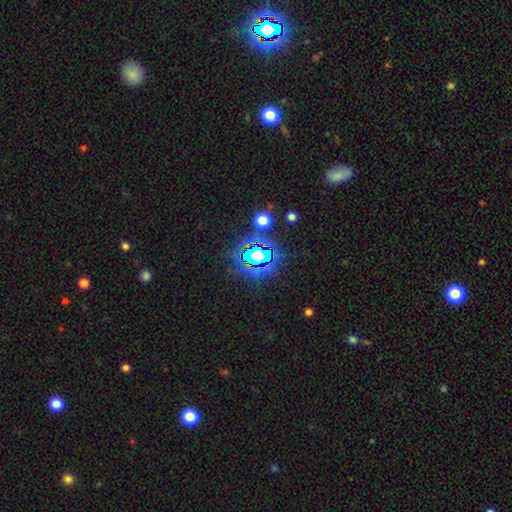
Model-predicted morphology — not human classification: Q: Smooth or featured?
A: star or artifact (72%); runner-up: smooth (17%)